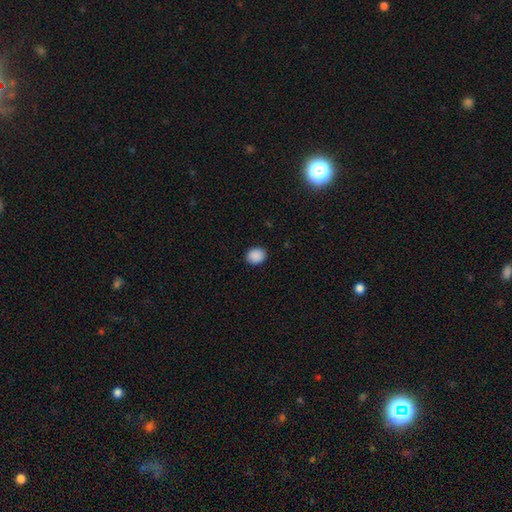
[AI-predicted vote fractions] smooth 90%, star or artifact 8%, featured or disk 2%. Down the decision tree: how rounded — round (55%); merging — none (91%).